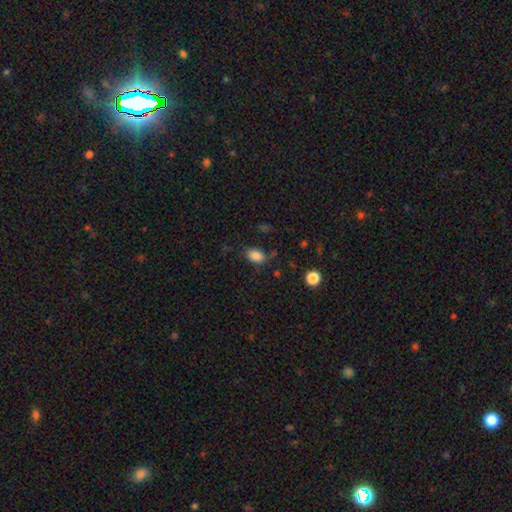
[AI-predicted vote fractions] Smooth or featured? Predicted: smooth (p=0.86). How rounded? Predicted: in between (p=0.84). Merging? Predicted: none (p=0.74).